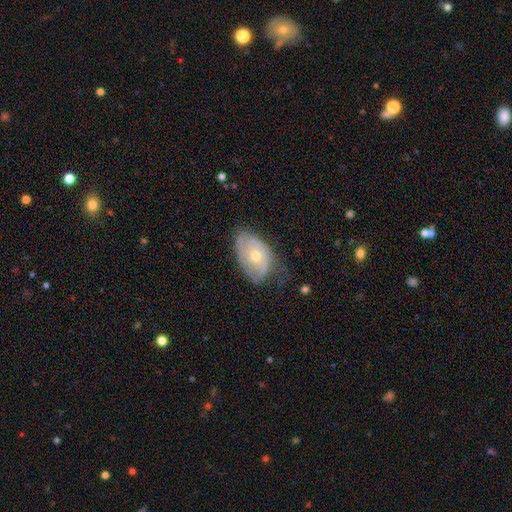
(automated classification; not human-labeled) Smooth or featured: featured or disk — 60% (smooth — 33%)
Edge-on disk: no — 93% (yes — 7%)
Bar: no — 82% (weak — 15%)
Spiral arms: yes — 66% (no — 34%)
Bulge size: moderate — 50% (small — 47%)
Merging: none — 53% (minor disturbance — 34%)